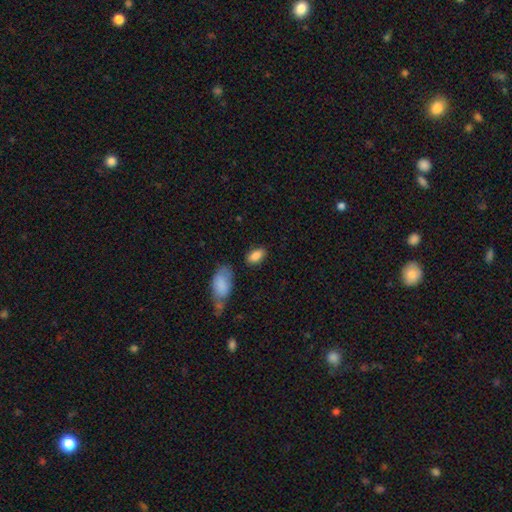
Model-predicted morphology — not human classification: This is clearly a smooth galaxy (87%). How rounded: clearly in between (92%). Merging: likely none (76%).